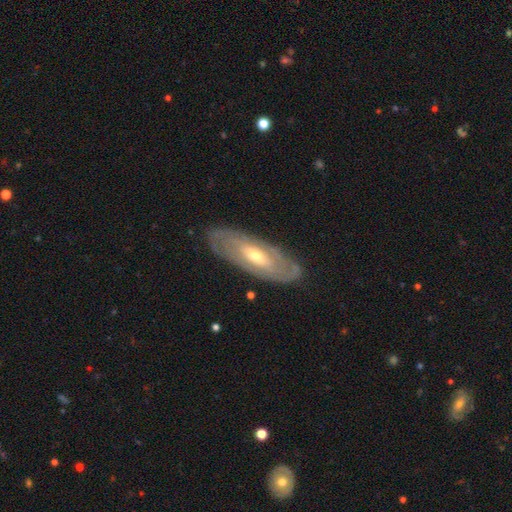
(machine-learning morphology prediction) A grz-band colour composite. It shows a featured or disk galaxy (73%) with no bar (48%), spiral arms (64%) and a moderate central bulge (59%). Merging: none (84%).